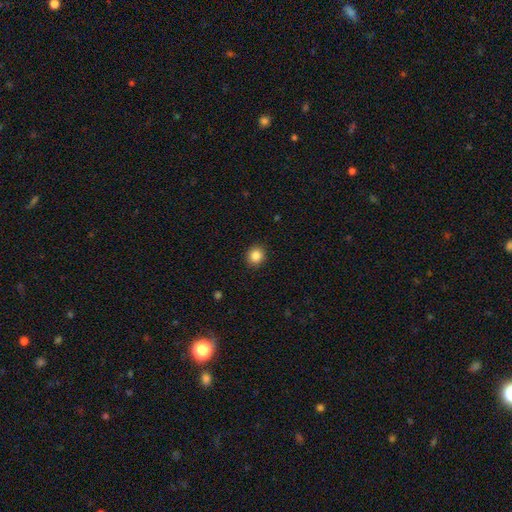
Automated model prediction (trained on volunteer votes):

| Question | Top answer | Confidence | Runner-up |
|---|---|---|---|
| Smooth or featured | smooth | 86% | star or artifact (10%) |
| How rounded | round | 86% | in between (13%) |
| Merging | none | 91% | minor disturbance (6%) |